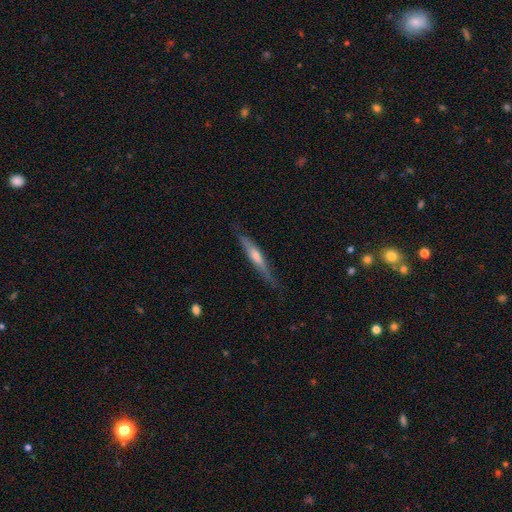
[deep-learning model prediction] A featured or disk galaxy (65%) viewed edge-on (93%) with a rounded central bulge (67%). Merging: none (80%).